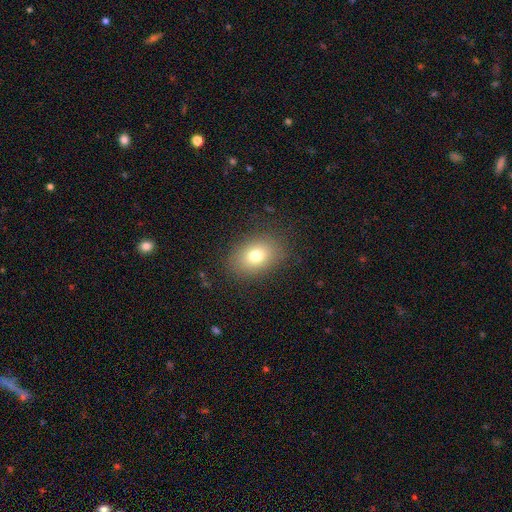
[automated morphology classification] This appears to be a smooth galaxy with no disk features (76%) that is in between round and cigar-shaped (71%). Merging: none (84%).